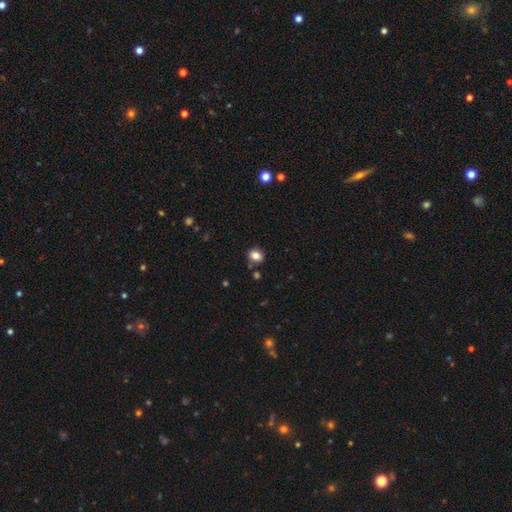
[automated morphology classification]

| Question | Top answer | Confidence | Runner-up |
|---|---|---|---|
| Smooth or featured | smooth | 82% | star or artifact (11%) |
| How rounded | round | 65% | in between (34%) |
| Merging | none | 81% | minor disturbance (11%) |